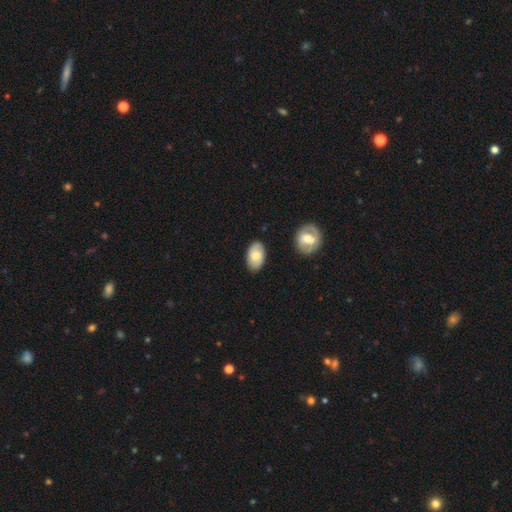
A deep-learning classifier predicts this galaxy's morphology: Smooth or featured: smooth — 71% (featured or disk — 23%)
How rounded: in between — 93% (round — 6%)
Merging: none — 82% (minor disturbance — 13%)